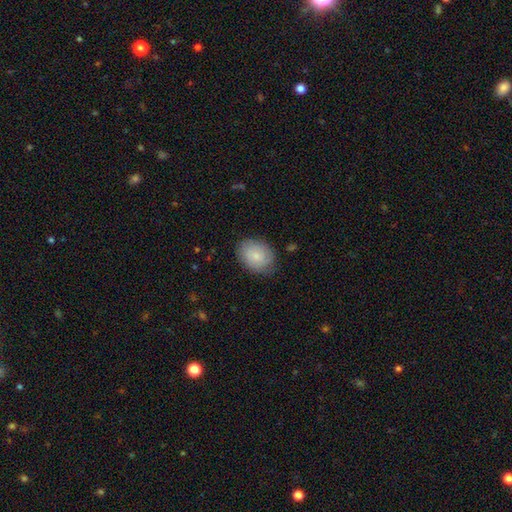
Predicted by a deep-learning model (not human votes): Smooth or featured? Predicted: smooth (p=0.75). How rounded? Predicted: in between (p=0.67). Merging? Predicted: none (p=0.79).